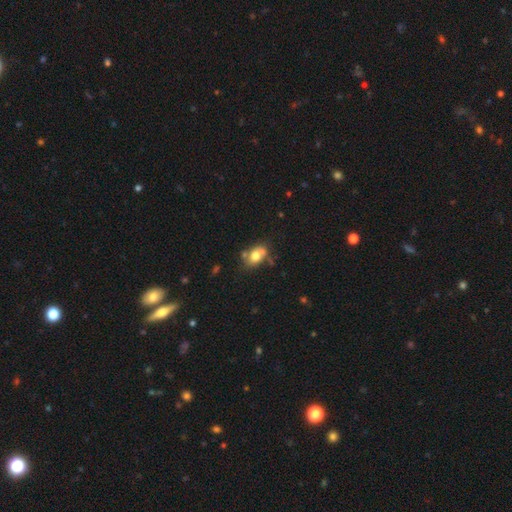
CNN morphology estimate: type=smooth (69%); roundness=in between (75%); merging=none (52%).